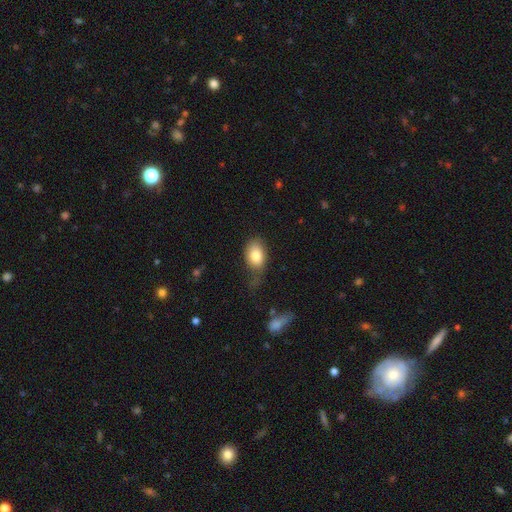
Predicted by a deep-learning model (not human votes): This appears to be a smooth galaxy with no disk features (82%) that is in between round and cigar-shaped (86%). Merging: none (50%).